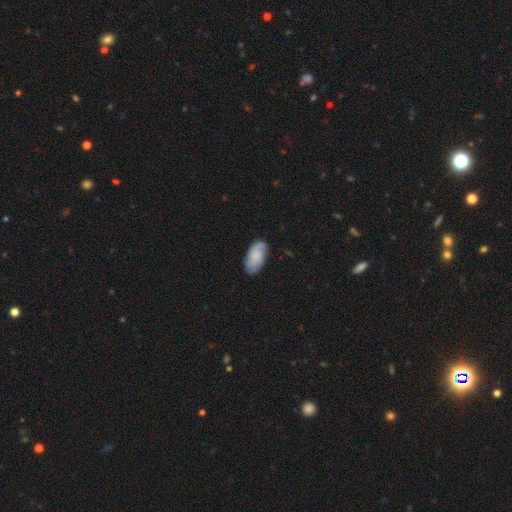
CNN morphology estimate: A smooth galaxy with no disk features (52%) that is in between round and cigar-shaped (93%). Merging: none (77%).